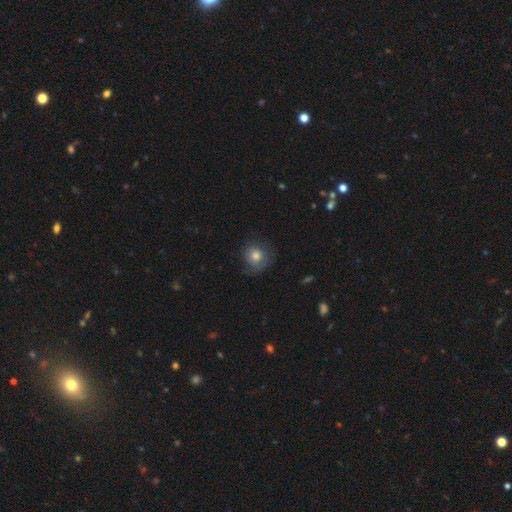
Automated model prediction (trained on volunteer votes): A smooth galaxy with no disk features (75%) that is round (89%).

Vote fractions:
- Smooth or featured? smooth: 75% / featured or disk: 15% / star or artifact: 10%
- How rounded? round: 89% / in between: 10% / cigar-shaped: 1%
- Merging? none: 69% / minor disturbance: 21% / major disturbance: 9% / merger: 1%